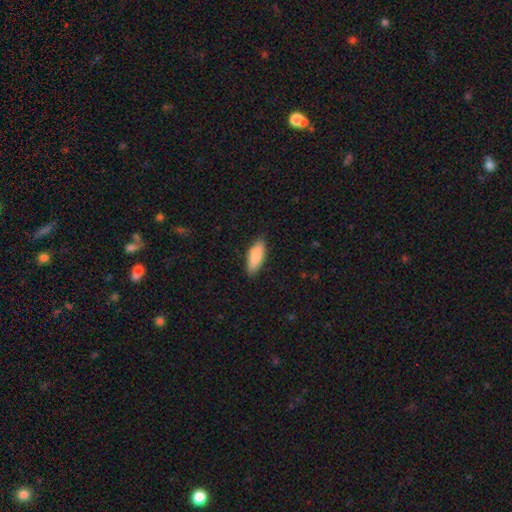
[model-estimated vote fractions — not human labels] Morphology: type=smooth (88%); roundness=in between (72%); merging=none (85%).